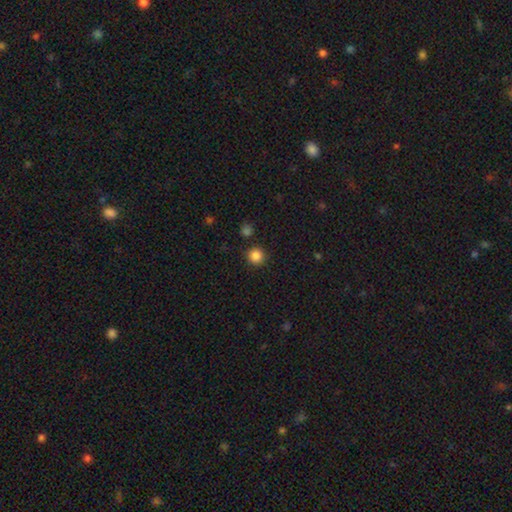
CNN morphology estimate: This appears to be a smooth galaxy with no disk features (85%) that is round (94%). Merging: none (89%).